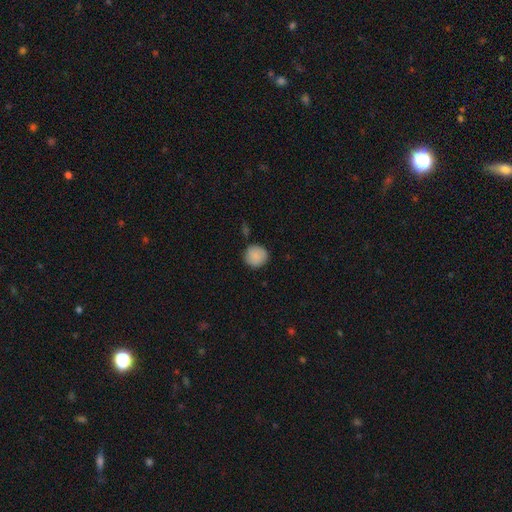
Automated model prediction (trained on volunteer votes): A smooth galaxy with no disk features (89%) that is round (93%).

Vote fractions:
- Smooth or featured? smooth: 89% / star or artifact: 7% / featured or disk: 4%
- How rounded? round: 93% / in between: 6% / cigar-shaped: 1%
- Merging? none: 84% / minor disturbance: 11% / merger: 3% / major disturbance: 3%